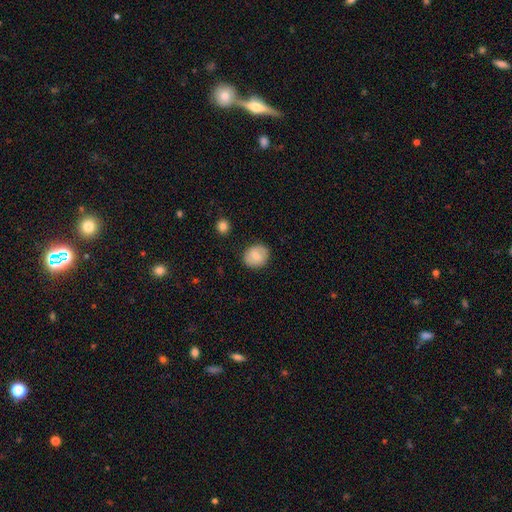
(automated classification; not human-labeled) A smooth galaxy with no disk features (68%) that is round (62%).

Vote fractions:
- Smooth or featured? smooth: 68% / featured or disk: 24% / star or artifact: 7%
- How rounded? round: 62% / in between: 37% / cigar-shaped: 1%
- Merging? none: 85% / minor disturbance: 10% / major disturbance: 3% / merger: 1%